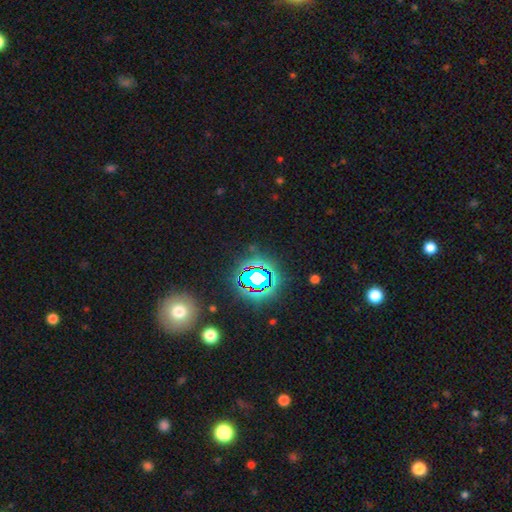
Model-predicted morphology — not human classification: Smooth or featured? Predicted: star or artifact (p=0.74).